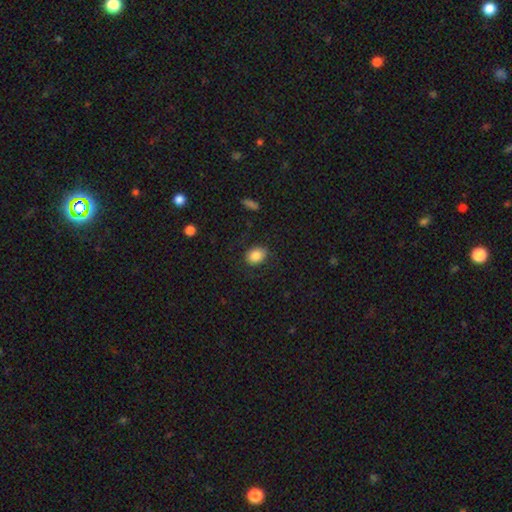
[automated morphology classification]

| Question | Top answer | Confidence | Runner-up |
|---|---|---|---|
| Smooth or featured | smooth | 85% | star or artifact (8%) |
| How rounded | in between | 59% | round (40%) |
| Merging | none | 82% | minor disturbance (12%) |